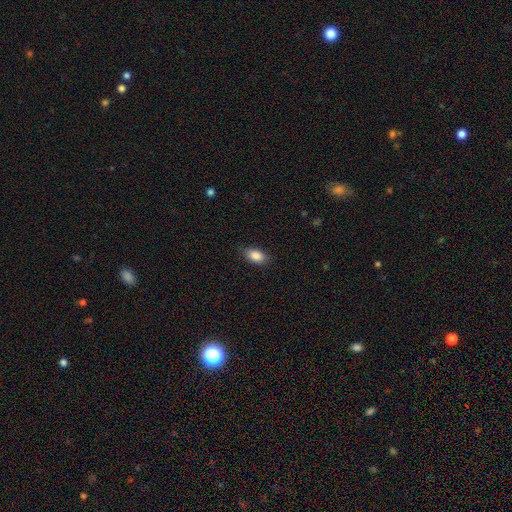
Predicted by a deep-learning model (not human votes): Smooth or featured?
  - smooth: 87% *
  - star or artifact: 8%
  - featured or disk: 6%
How rounded?
  - in between: 89% *
  - round: 8%
  - cigar-shaped: 3%
Merging?
  - none: 83% *
  - minor disturbance: 13%
  - major disturbance: 3%
  - merger: 1%